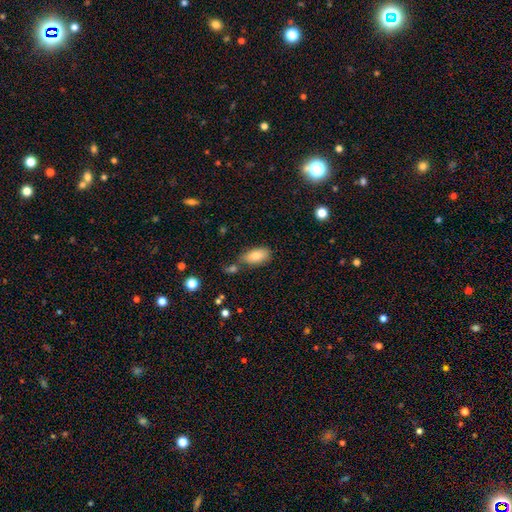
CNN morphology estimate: type=smooth (80%); roundness=in between (91%); merging=none (64%).